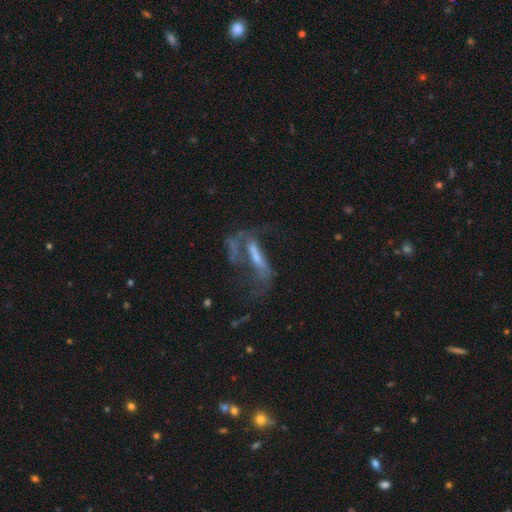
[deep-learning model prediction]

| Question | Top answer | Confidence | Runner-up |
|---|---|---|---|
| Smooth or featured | featured or disk | 61% | smooth (23%) |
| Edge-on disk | no | 78% | yes (22%) |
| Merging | major disturbance | 35% | none (28%) |